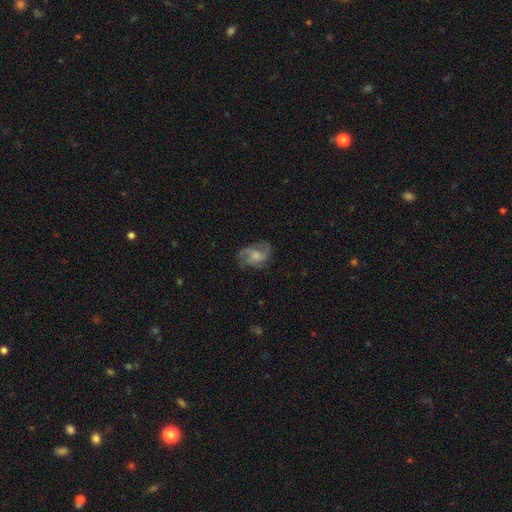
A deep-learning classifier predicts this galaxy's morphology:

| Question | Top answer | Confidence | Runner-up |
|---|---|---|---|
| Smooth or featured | featured or disk | 61% | smooth (31%) |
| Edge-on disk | no | 97% | yes (3%) |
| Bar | no | 68% | weak (28%) |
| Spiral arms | yes | 87% | no (13%) |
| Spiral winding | medium | 48% | loose (31%) |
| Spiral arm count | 2 | 40% | 3 (28%) |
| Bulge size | small | 40% | tied: moderate (40%) |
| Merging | none | 62% | minor disturbance (23%) |